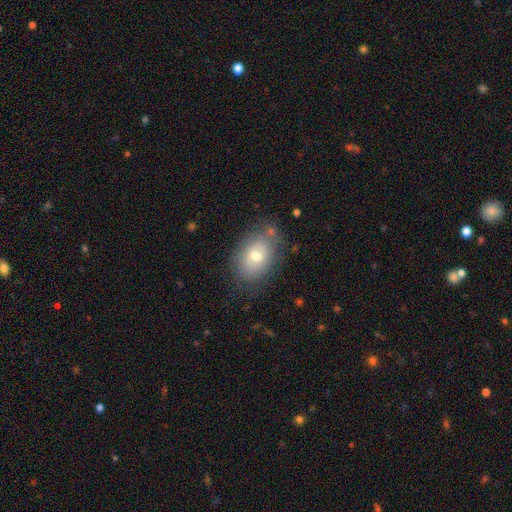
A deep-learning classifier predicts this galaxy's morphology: smooth-or-featured: smooth: 66% | featured or disk: 25% | star or artifact: 9%
  how-rounded: in between: 80% | round: 19% | cigar-shaped: 1%
  merging: none: 73% | minor disturbance: 18% | major disturbance: 5% | merger: 3%